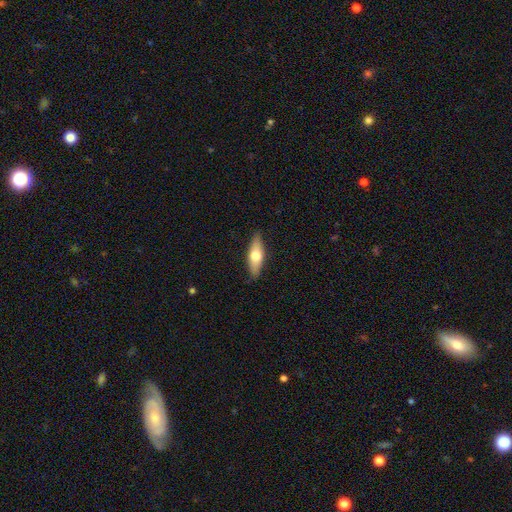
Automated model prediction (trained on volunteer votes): The model was most divided on "how rounded": in between: 53%, cigar-shaped: 44%, round: 3%. More confident: merging — none (87%); smooth or featured — smooth (57%).